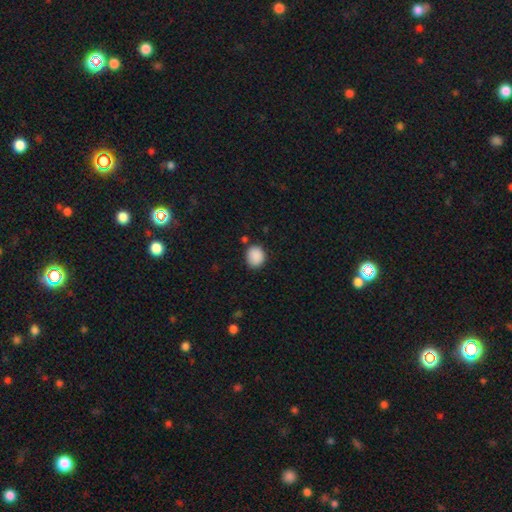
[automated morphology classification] Overall: smooth (89%). How rounded: round (67%; in between 32%). Merging: none (82%).